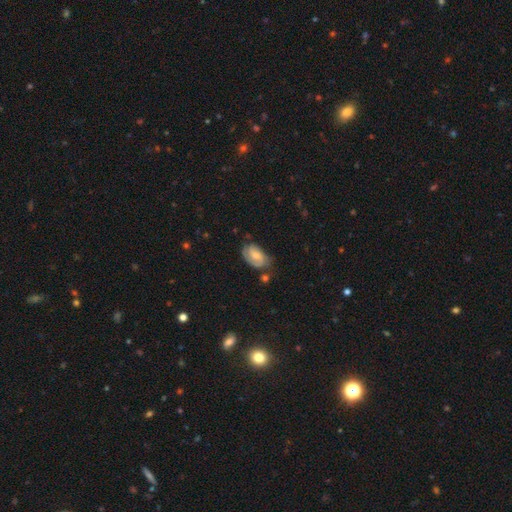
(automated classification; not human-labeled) This appears to be a featured or disk galaxy (55%) with no bar (55%), spiral arms (85%) and a moderate central bulge (39%). Merging: none (56%).